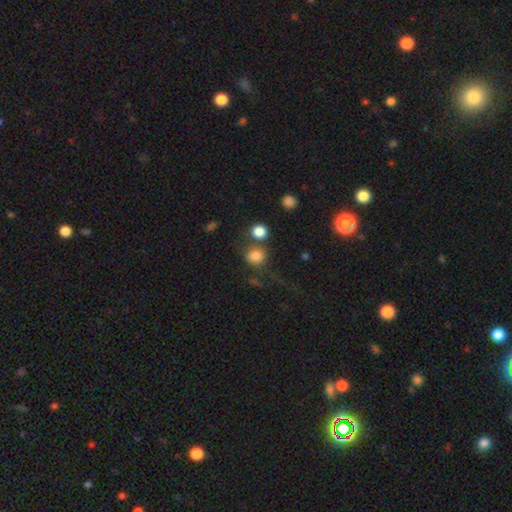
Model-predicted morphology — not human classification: Overall: smooth (81%). How rounded: round (85%). Merging: none (60%; merger 22%).